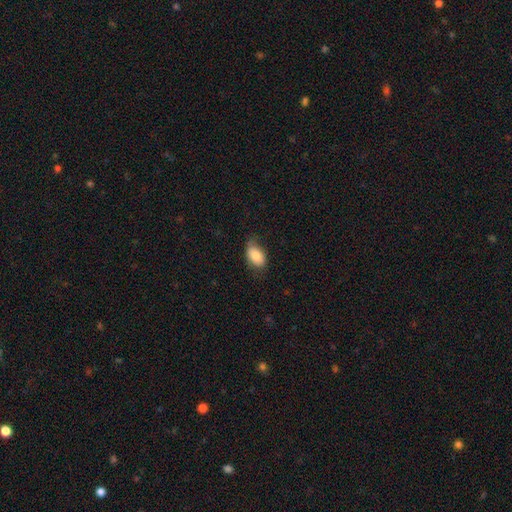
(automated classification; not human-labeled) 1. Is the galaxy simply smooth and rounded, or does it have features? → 79% smooth, 13% featured or disk, 7% star or artifact.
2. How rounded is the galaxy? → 87% in between, 12% round, 1% cigar-shaped.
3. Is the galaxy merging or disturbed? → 66% none, 26% minor disturbance, 7% major disturbance, 1% merger.